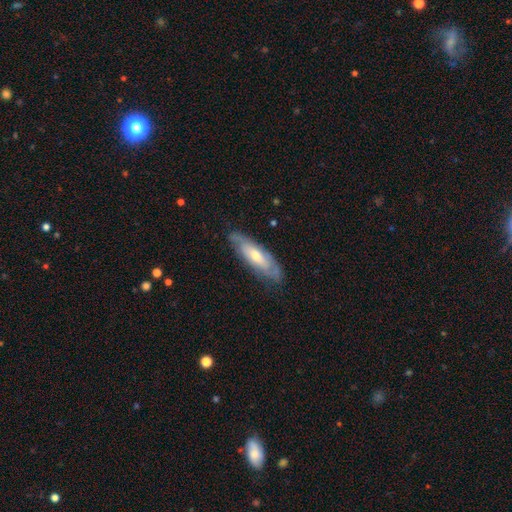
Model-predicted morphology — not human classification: Smooth or featured? Predicted: featured or disk (p=0.61). Edge-on disk? Predicted: no (p=0.68). Merging? Predicted: none (p=0.77).